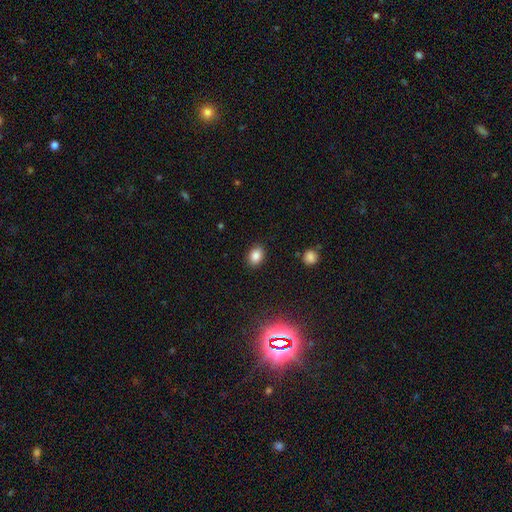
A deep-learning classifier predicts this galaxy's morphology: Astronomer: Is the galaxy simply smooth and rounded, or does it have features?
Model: smooth — 84%.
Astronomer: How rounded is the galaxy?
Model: in between — 73%.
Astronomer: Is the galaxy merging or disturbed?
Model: none — 88%.